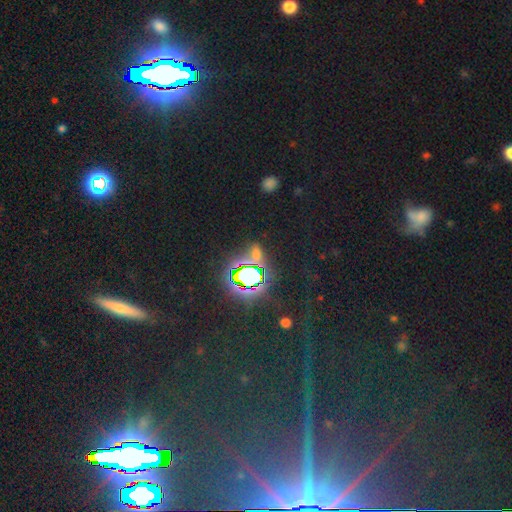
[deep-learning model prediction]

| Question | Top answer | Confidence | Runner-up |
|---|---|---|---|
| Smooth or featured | star or artifact | 68% | smooth (22%) |